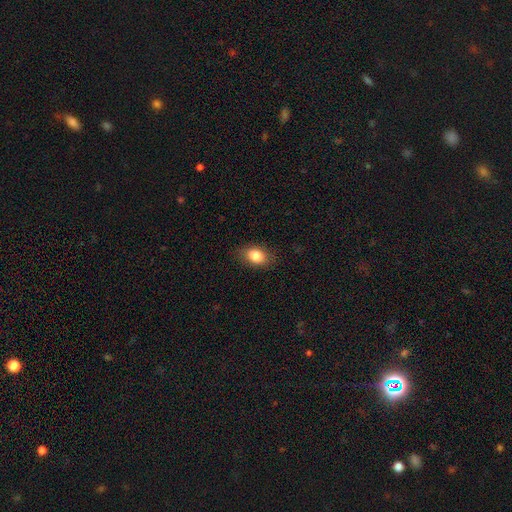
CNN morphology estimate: A smooth galaxy with no disk features (84%) that is in between round and cigar-shaped (80%).

Vote fractions:
- Smooth or featured? smooth: 84% / star or artifact: 8% / featured or disk: 7%
- How rounded? in between: 80% / round: 18% / cigar-shaped: 2%
- Merging? none: 83% / minor disturbance: 12% / major disturbance: 3% / merger: 1%